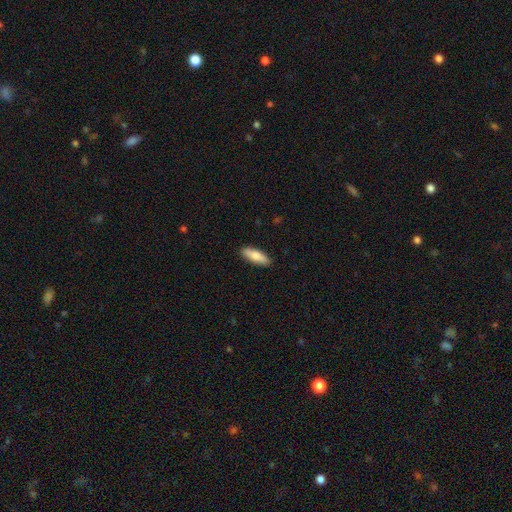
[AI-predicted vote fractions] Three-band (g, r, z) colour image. It shows a smooth galaxy with no disk features (77%) that is in between round and cigar-shaped (53%). Merging: none (89%).